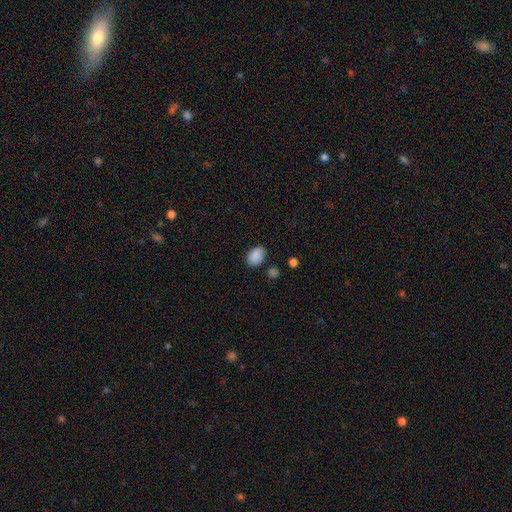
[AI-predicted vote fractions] Overall: smooth (89%). How rounded: in between (79%). Merging: none (81%).